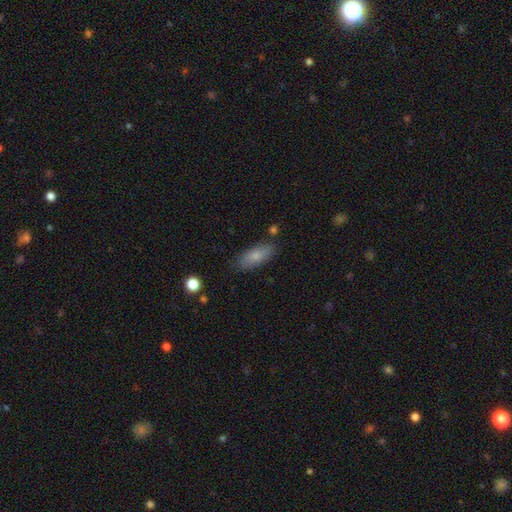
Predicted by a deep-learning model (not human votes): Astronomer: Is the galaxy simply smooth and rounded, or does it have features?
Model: smooth — 79%.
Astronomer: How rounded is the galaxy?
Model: in between — 77%.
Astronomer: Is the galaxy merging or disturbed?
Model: none — 81%.